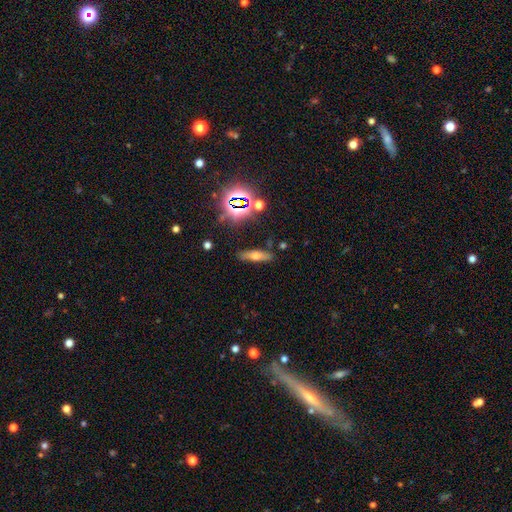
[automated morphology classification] This appears to be a smooth galaxy with no disk features (52%) that is cigar-shaped (60%). Merging: none (83%).